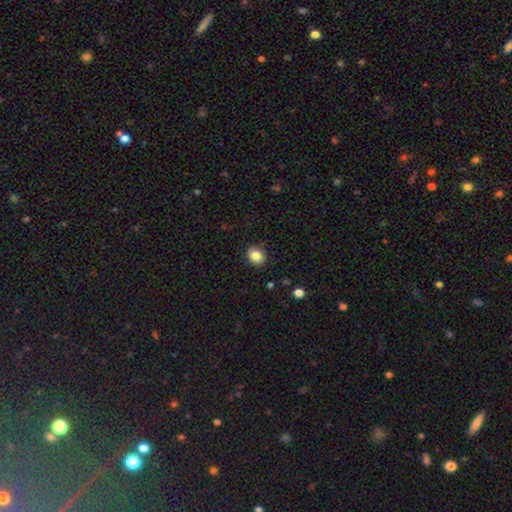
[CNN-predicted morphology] type=smooth (85%); roundness=round (66%); merging=none (90%).